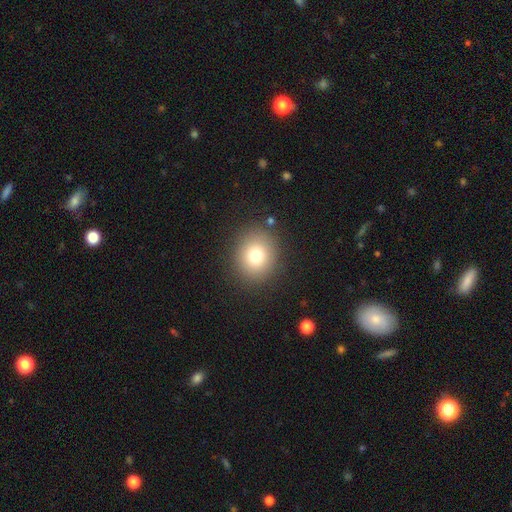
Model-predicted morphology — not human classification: Q: Smooth or featured?
A: smooth (77%); runner-up: star or artifact (13%)
Q: How rounded?
A: round (78%); runner-up: in between (22%)
Q: Merging?
A: none (87%); runner-up: minor disturbance (8%)